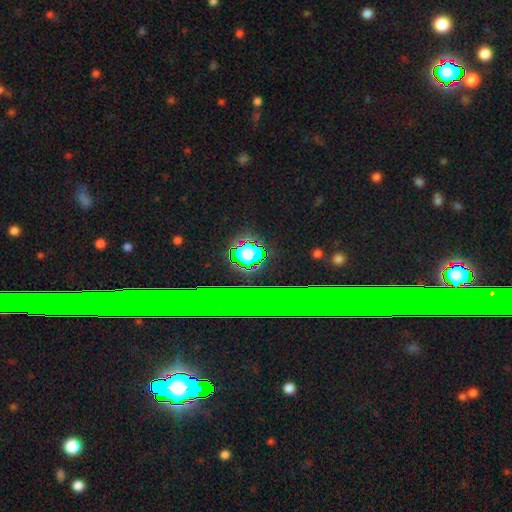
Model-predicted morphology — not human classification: Smooth or featured?
  - star or artifact: 73% *
  - featured or disk: 16%
  - smooth: 11%